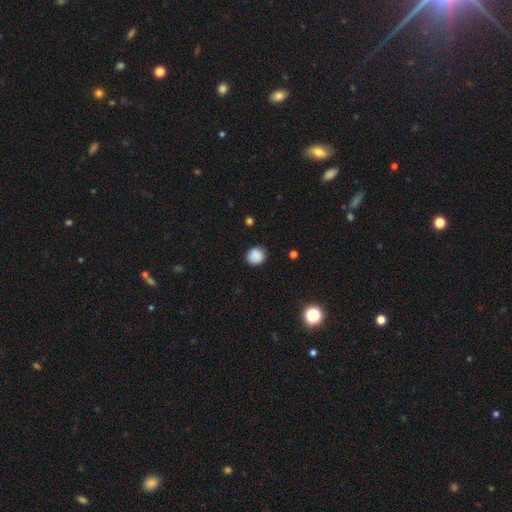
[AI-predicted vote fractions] Morphology: type=smooth (87%); roundness=round (86%); merging=none (87%).